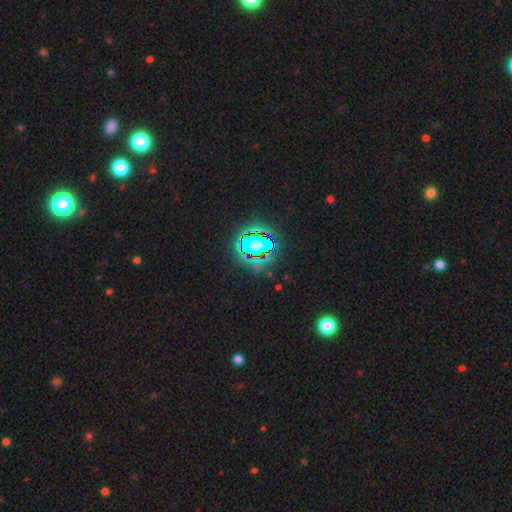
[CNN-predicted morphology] smooth_or_featured: star or artifact (p=0.83) [alt: smooth p=0.11]